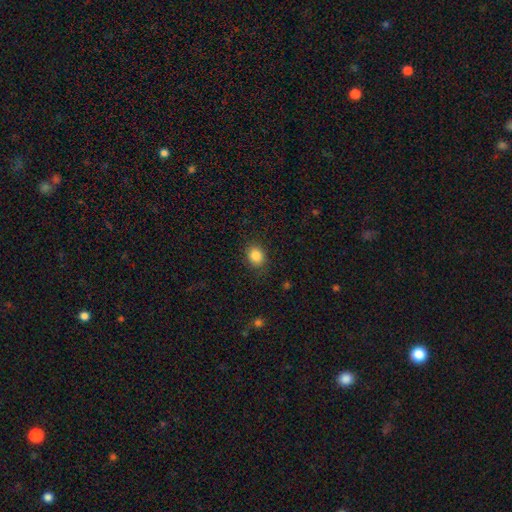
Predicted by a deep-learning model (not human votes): smooth_or_featured: smooth (p=0.86) [alt: star or artifact p=0.10]
how_rounded: round (p=0.66) [alt: in between p=0.33]
merging: none (p=0.86) [alt: minor disturbance p=0.10]